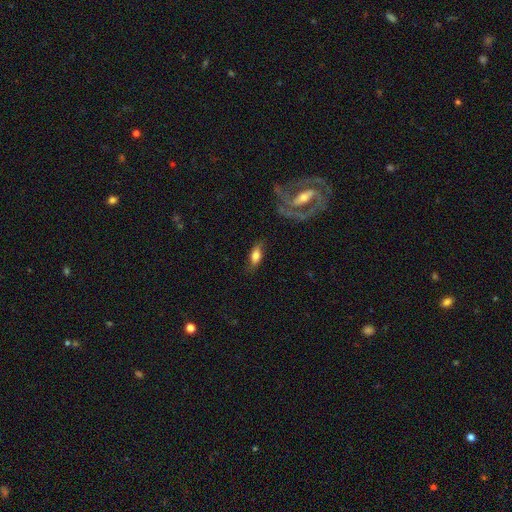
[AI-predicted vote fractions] Q: Smooth or featured?
A: smooth (64%); runner-up: featured or disk (28%)
Q: How rounded?
A: in between (76%); runner-up: cigar-shaped (20%)
Q: Merging?
A: none (72%); runner-up: minor disturbance (18%)